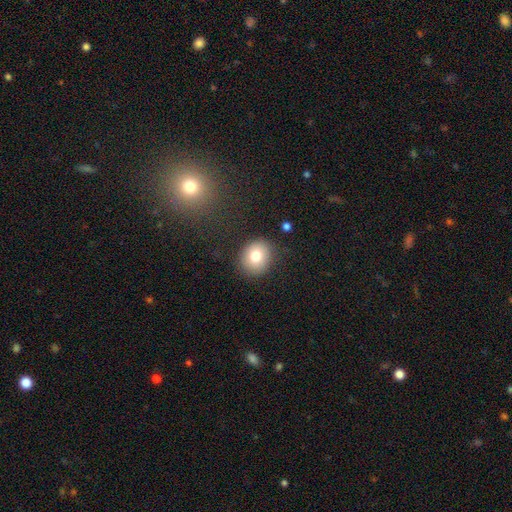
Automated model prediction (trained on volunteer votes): Smooth or featured?
  - smooth: 79% *
  - featured or disk: 12%
  - star or artifact: 10%
How rounded?
  - round: 69% *
  - in between: 30%
  - cigar-shaped: 1%
Merging?
  - none: 84% *
  - minor disturbance: 11%
  - major disturbance: 3%
  - merger: 2%